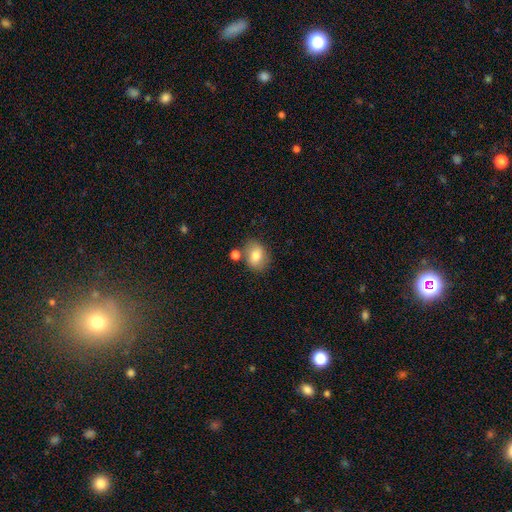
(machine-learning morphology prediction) Q: Smooth or featured?
A: smooth (77%); runner-up: featured or disk (14%)
Q: How rounded?
A: in between (57%); runner-up: round (42%)
Q: Merging?
A: none (70%); runner-up: minor disturbance (14%)